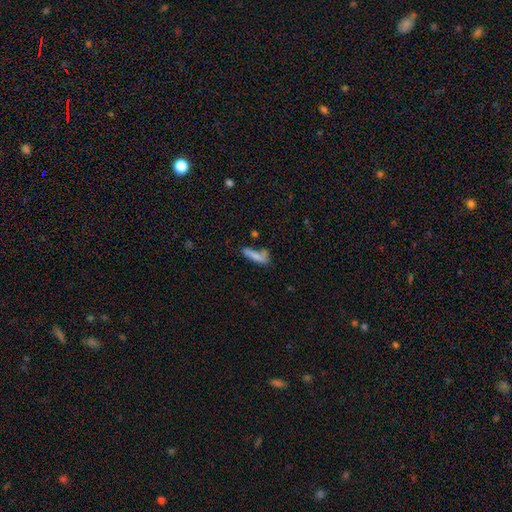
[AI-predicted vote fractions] A smooth galaxy with no disk features (74%) that is cigar-shaped (60%).

Vote fractions:
- Smooth or featured? smooth: 74% / featured or disk: 17% / star or artifact: 9%
- How rounded? cigar-shaped: 60% / in between: 38% / round: 2%
- Merging? none: 45% / minor disturbance: 23% / merger: 20% / major disturbance: 11%